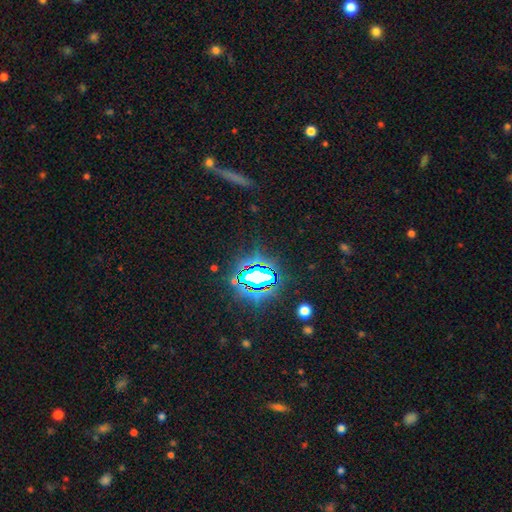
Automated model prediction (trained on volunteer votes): Overall: star or artifact (80%).